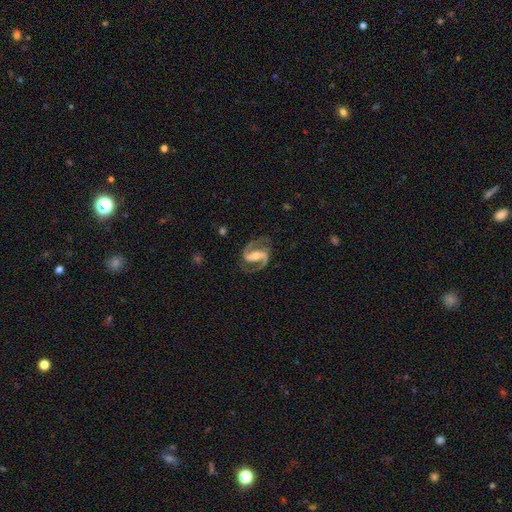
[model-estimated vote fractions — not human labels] This appears to be a featured or disk galaxy (93%) with a strong bar (54%), 2 (94%) medium (62%) spiral arms (98%) and a moderate central bulge (55%). Merging: none (81%).